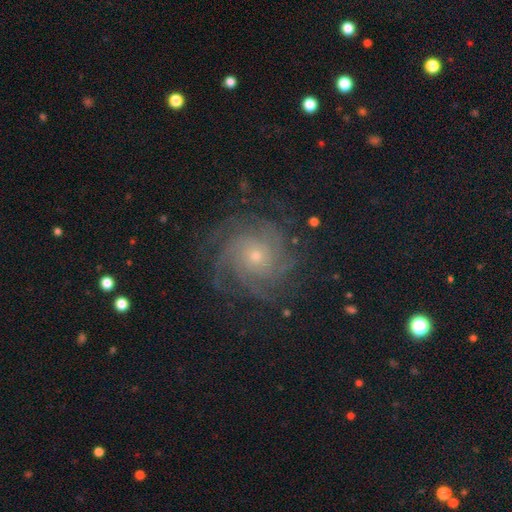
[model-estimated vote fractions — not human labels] Smooth or featured?
  - featured or disk: 83% *
  - star or artifact: 9%
  - smooth: 8%
Edge-on disk?
  - no: 98% *
  - yes: 2%
Bar?
  - no: 80% *
  - weak: 17%
  - strong: 3%
Spiral arms?
  - yes: 97% *
  - no: 3%
Spiral winding?
  - tight: 65% *
  - medium: 28%
  - loose: 7%
Spiral arm count?
  - 4: 26% *
  - can't tell: 25%
  - more than 4: 18%
  - 3: 15%
  - 2: 9%
  - 1: 7%
Bulge size?
  - small: 65% *
  - moderate: 30%
  - large: 2%
  - none: 1%
  - dominant: 1%
Merging?
  - none: 78% *
  - minor disturbance: 13%
  - major disturbance: 7%
  - merger: 1%